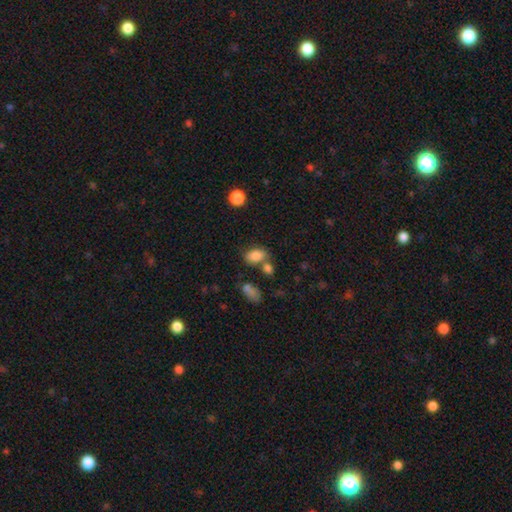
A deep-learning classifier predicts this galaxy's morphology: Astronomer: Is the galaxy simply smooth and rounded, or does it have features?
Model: smooth — 83%.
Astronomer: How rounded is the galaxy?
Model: in between — 86%.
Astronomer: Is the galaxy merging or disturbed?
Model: none — 56%.